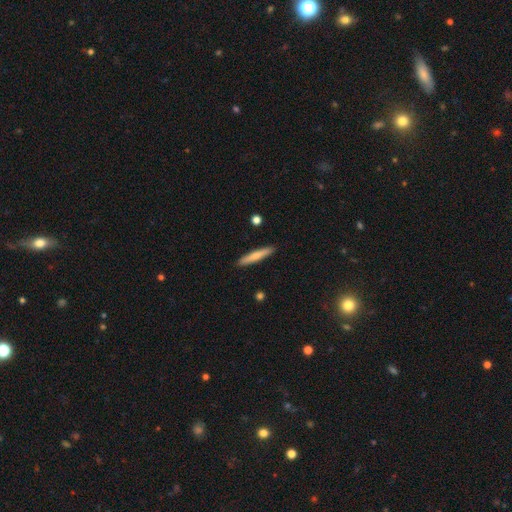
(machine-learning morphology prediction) smooth-or-featured: smooth: 68% | featured or disk: 26% | star or artifact: 6%
  how-rounded: cigar-shaped: 93% | in between: 5% | round: 1%
  merging: none: 91% | minor disturbance: 7% | merger: 1% | major disturbance: 1%